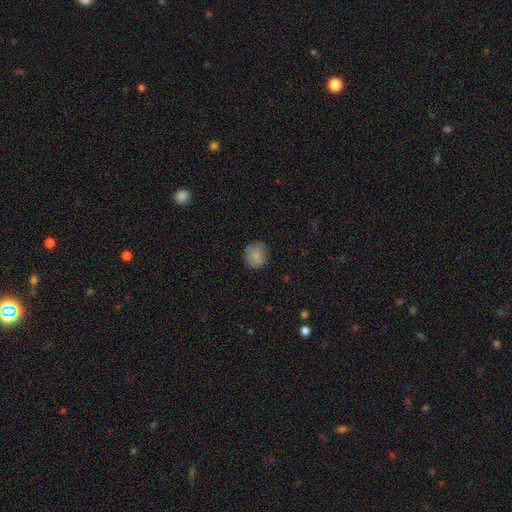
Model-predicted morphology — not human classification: Smooth or featured?
  - smooth: 84% *
  - star or artifact: 9%
  - featured or disk: 8%
How rounded?
  - round: 81% *
  - in between: 18%
  - cigar-shaped: 1%
Merging?
  - none: 82% *
  - minor disturbance: 13%
  - major disturbance: 3%
  - merger: 1%